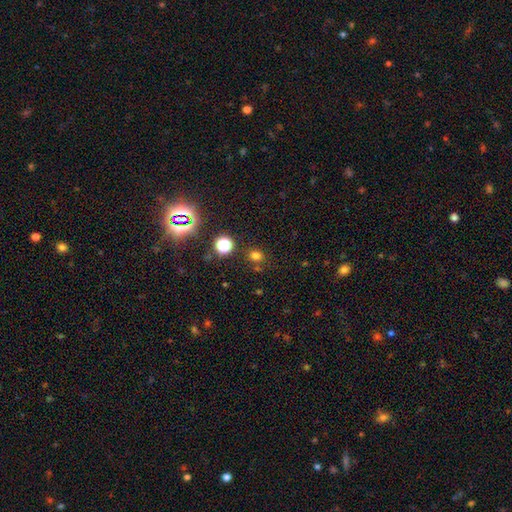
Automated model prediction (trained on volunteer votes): This is likely a smooth galaxy (70%). How rounded: likely round (70%). Merging: likely none (79%).